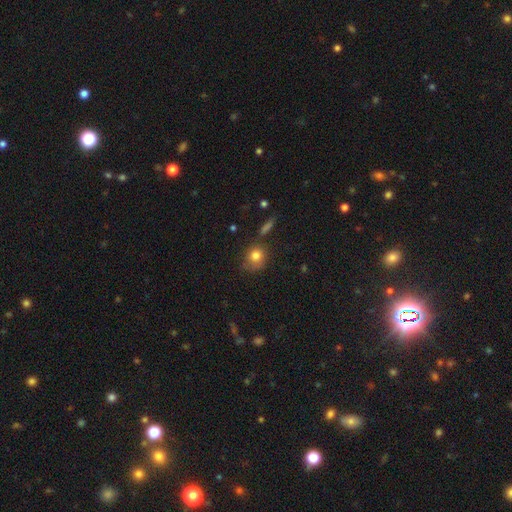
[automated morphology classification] smooth 78%, featured or disk 12%, star or artifact 10%. Down the decision tree: how rounded — round (70%); merging — none (58%).